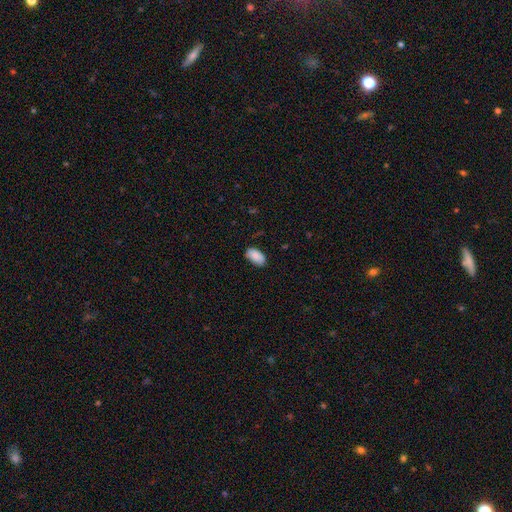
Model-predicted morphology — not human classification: smooth 89%, star or artifact 7%, featured or disk 4%. Down the decision tree: how rounded — in between (95%); merging — none (82%).